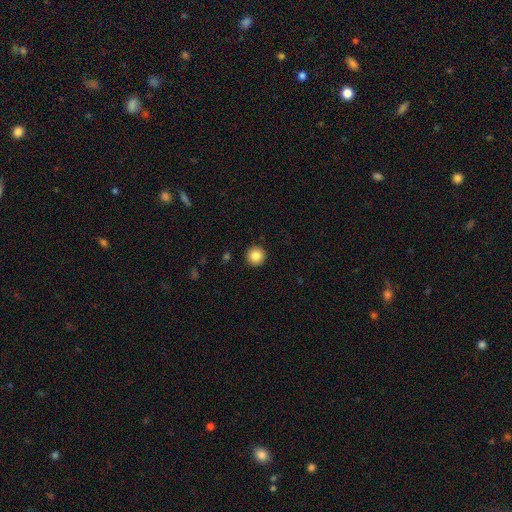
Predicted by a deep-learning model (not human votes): A smooth galaxy with no disk features (85%) that is round (96%).

Vote fractions:
- Smooth or featured? smooth: 85% / star or artifact: 10% / featured or disk: 6%
- How rounded? round: 96% / in between: 3% / cigar-shaped: 1%
- Merging? none: 93% / minor disturbance: 4% / major disturbance: 2% / merger: 1%